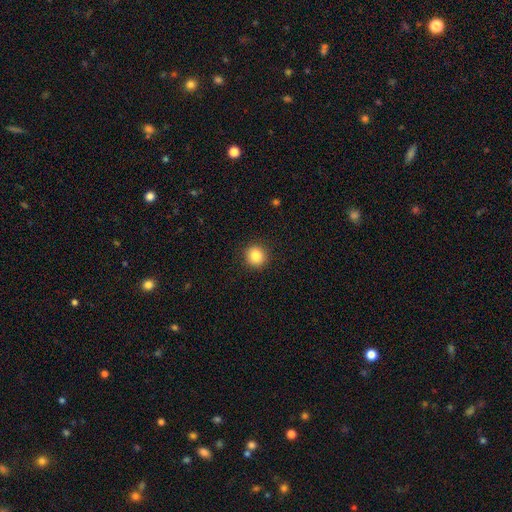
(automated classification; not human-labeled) smooth-or-featured: smooth: 85% | star or artifact: 10% | featured or disk: 5%
  how-rounded: round: 92% | in between: 7% | cigar-shaped: 1%
  merging: none: 92% | minor disturbance: 5% | major disturbance: 2% | merger: 1%